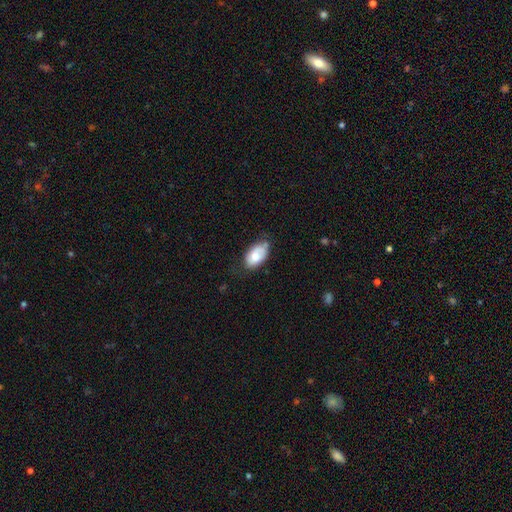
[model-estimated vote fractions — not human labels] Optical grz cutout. It shows a smooth galaxy with no disk features (72%) that is in between round and cigar-shaped (93%). Merging: none (58%).